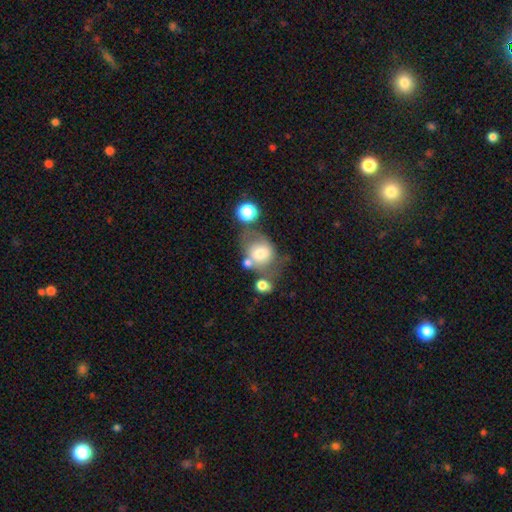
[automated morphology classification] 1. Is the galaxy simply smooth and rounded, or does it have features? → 56% smooth, 32% featured or disk, 12% star or artifact.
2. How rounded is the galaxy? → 56% round, 43% in between, 1% cigar-shaped.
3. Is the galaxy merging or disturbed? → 38% none, 22% minor disturbance, 21% merger, 19% major disturbance.